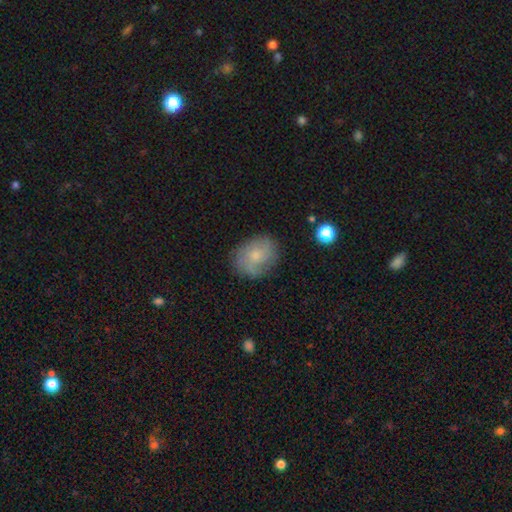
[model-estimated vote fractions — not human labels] Morphology: type=smooth (62%); roundness=in between (53%); merging=none (70%).